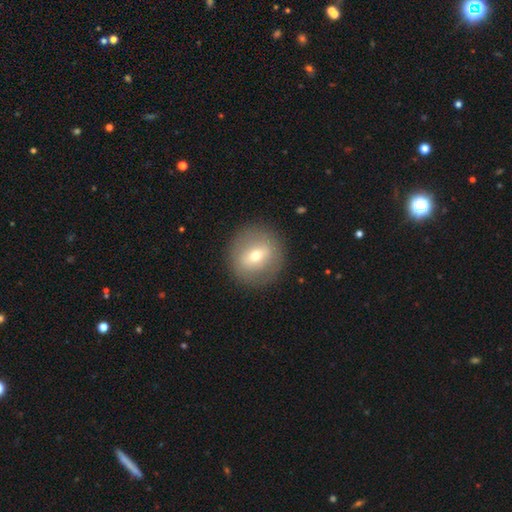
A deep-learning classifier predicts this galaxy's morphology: Smooth or featured: smooth — 54% (featured or disk — 37%)
How rounded: round — 89% (in between — 10%)
Merging: none — 88% (minor disturbance — 7%)